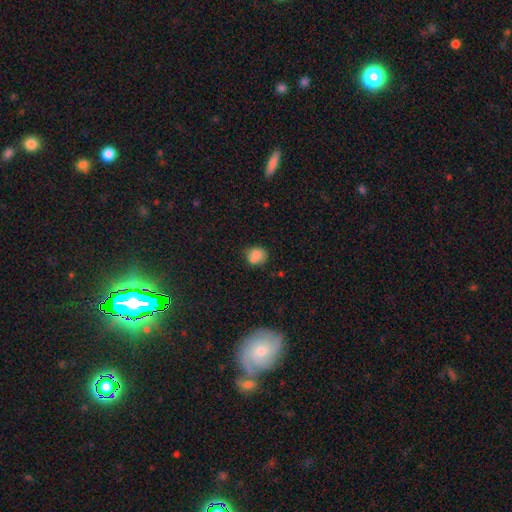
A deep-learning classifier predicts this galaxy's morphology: Overall: smooth (80%). How rounded: round (72%). Merging: none (58%; minor disturbance 19%).